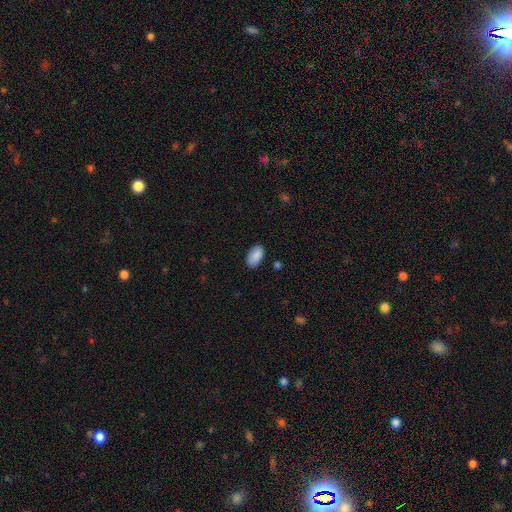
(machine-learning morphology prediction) smooth 90%, star or artifact 6%, featured or disk 4%. Down the decision tree: how rounded — in between (95%); merging — none (85%).